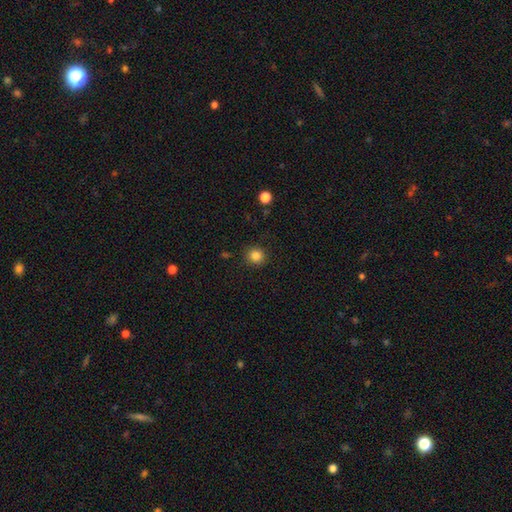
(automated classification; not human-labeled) Smooth or featured? smooth (84%)
How rounded? round (92%)
Merging? none (90%)